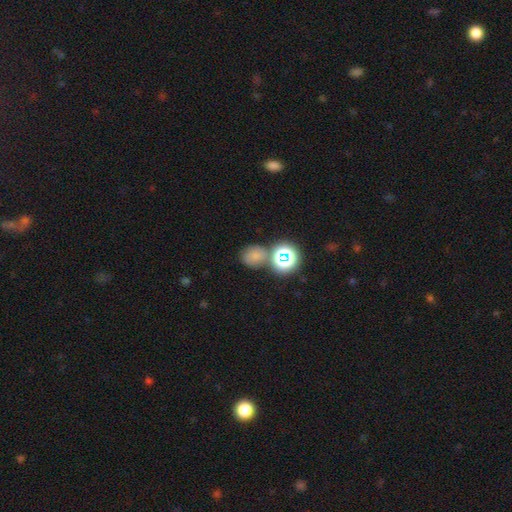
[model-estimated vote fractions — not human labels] Q: Smooth or featured?
A: smooth (65%); runner-up: star or artifact (24%)
Q: How rounded?
A: round (64%); runner-up: in between (35%)
Q: Merging?
A: none (58%); runner-up: merger (21%)